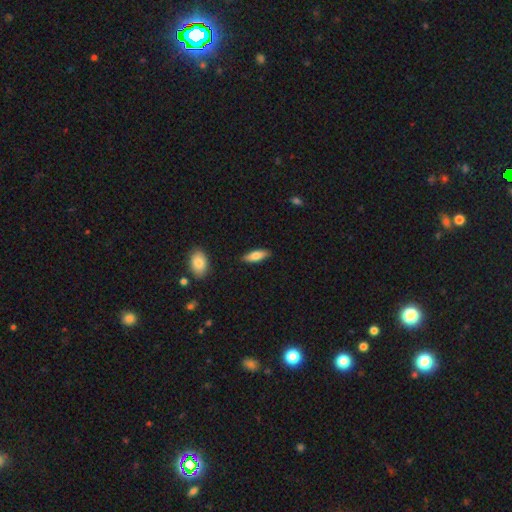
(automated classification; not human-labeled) Smooth or featured? Predicted: smooth (p=0.78). How rounded? Predicted: in between (p=0.61). Merging? Predicted: none (p=0.87).